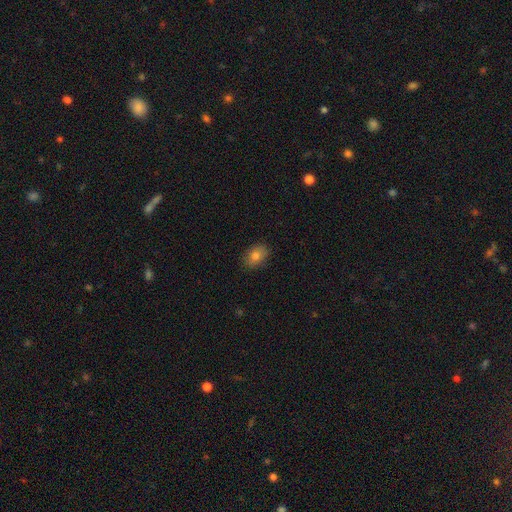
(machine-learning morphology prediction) Overall: smooth (81%). How rounded: in between (80%). Merging: none (86%).